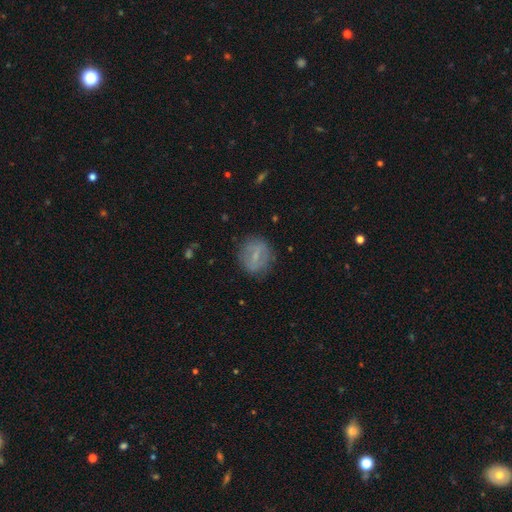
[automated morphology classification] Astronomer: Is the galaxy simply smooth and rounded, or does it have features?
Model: featured or disk — 46% (runner-up: smooth, 45%).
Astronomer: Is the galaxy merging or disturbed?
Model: none — 79%.